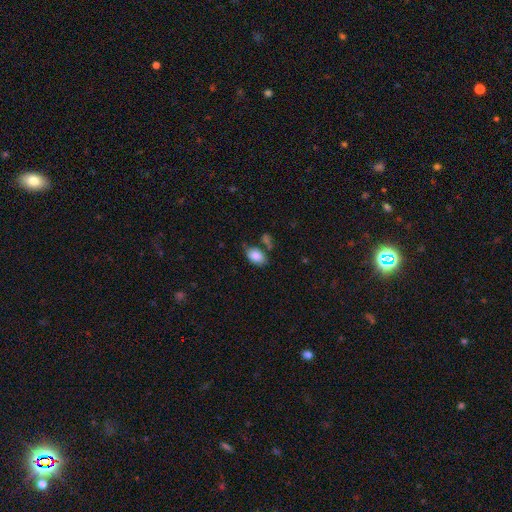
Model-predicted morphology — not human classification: Smooth or featured? smooth (86%)
How rounded? in between (88%)
Merging? none (63%)